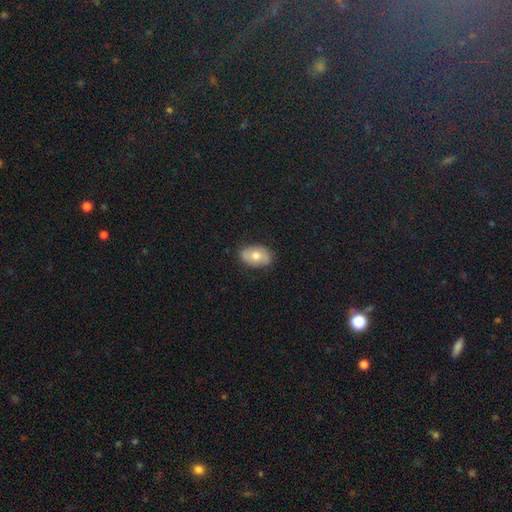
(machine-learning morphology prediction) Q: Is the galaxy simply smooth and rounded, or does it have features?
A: smooth — 64%.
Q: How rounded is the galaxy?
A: in between — 87%.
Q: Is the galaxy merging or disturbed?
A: none — 82%.